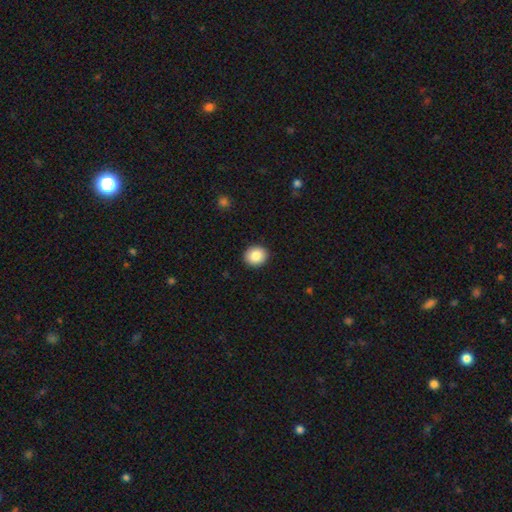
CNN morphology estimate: This is clearly a smooth galaxy (86%). How rounded: likely round (75%). Merging: clearly none (92%).